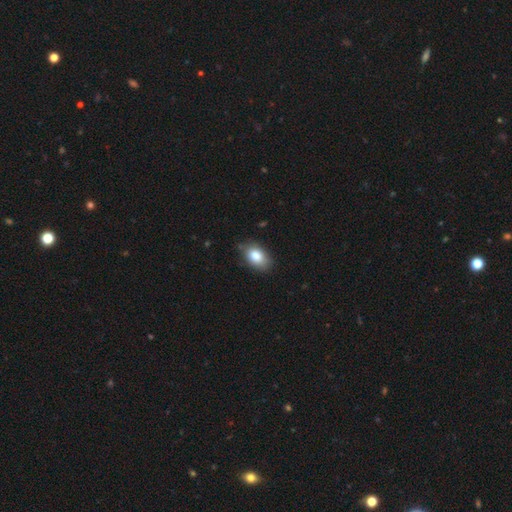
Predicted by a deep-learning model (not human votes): Smooth or featured? smooth (83%)
How rounded? in between (88%)
Merging? none (78%)